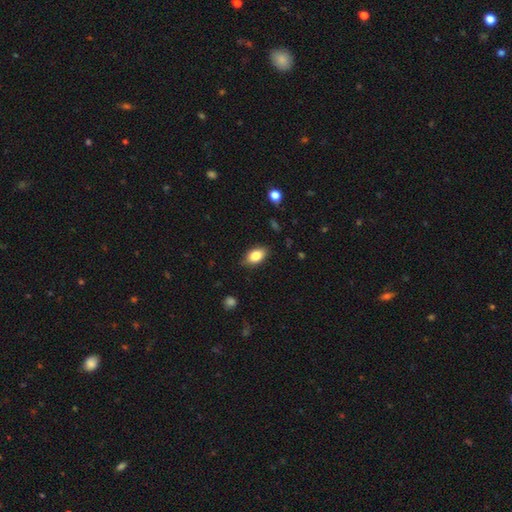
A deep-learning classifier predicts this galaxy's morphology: smooth-or-featured: smooth: 84% | featured or disk: 9% | star or artifact: 7%
  how-rounded: in between: 90% | round: 8% | cigar-shaped: 3%
  merging: none: 83% | minor disturbance: 13% | major disturbance: 3% | merger: 1%